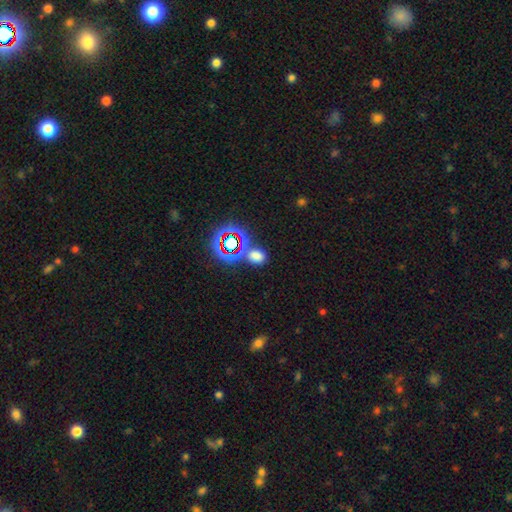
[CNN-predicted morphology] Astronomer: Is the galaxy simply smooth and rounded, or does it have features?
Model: smooth — 62%.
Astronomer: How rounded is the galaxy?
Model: in between — 55% (runner-up: round, 43%).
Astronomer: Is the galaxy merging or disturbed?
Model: none — 71%.